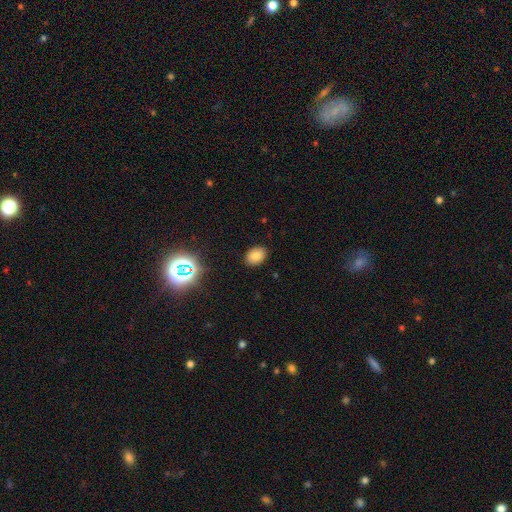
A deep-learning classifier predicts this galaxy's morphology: Overall: smooth (79%). How rounded: in between (75%). Merging: none (88%).